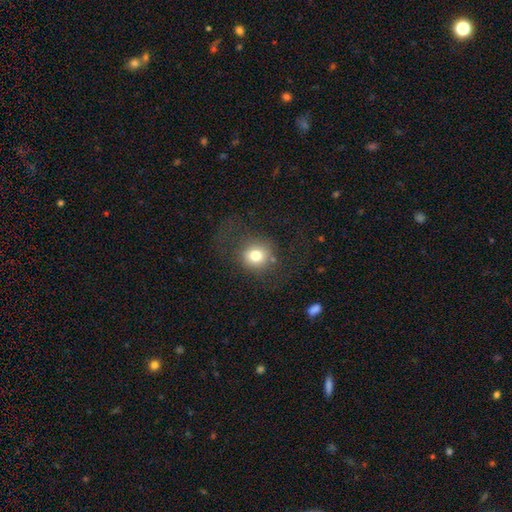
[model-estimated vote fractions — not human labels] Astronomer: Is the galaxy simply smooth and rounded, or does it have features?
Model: smooth — 77%.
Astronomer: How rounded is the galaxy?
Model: round — 82%.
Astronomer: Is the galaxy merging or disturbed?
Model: none — 65%.